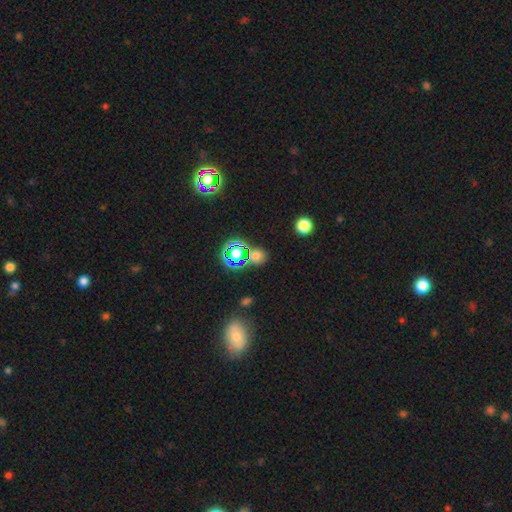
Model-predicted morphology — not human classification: A smooth galaxy with no disk features (50%) that is round (73%).

Vote fractions:
- Smooth or featured? smooth: 50% / star or artifact: 42% / featured or disk: 8%
- How rounded? round: 73% / in between: 25% / cigar-shaped: 2%
- Merging? none: 73% / merger: 12% / minor disturbance: 10% / major disturbance: 5%